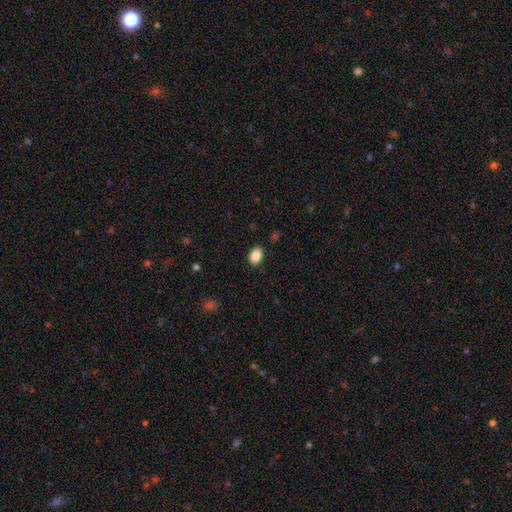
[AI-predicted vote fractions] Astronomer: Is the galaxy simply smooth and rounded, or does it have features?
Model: smooth — 87%.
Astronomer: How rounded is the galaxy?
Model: in between — 83%.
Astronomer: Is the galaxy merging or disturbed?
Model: none — 87%.